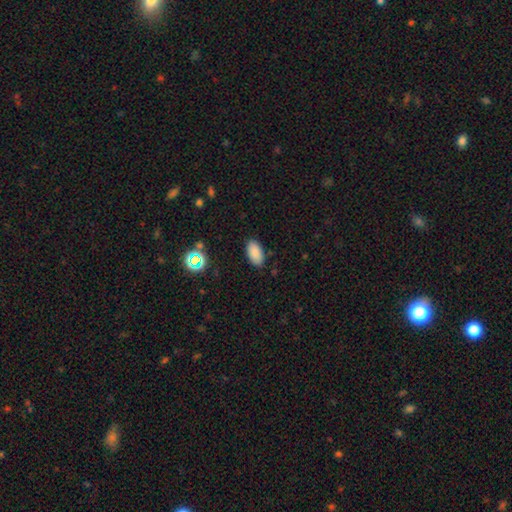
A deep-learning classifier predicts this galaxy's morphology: The model was most divided on "smooth or featured": smooth: 84%, star or artifact: 12%, featured or disk: 4%. More confident: how rounded — in between (93%); merging — none (87%).